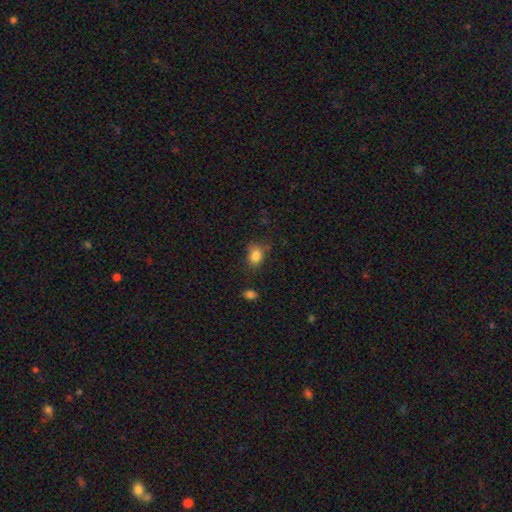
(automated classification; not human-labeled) A smooth galaxy with no disk features (84%) that is in between round and cigar-shaped (55%). Merging: none (70%).